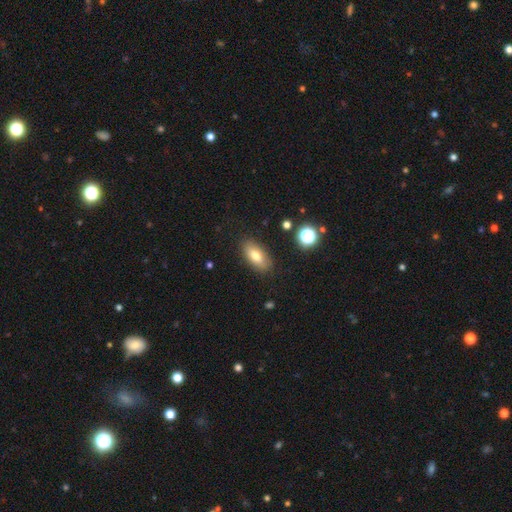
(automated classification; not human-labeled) A smooth galaxy with no disk features (75%) that is in between round and cigar-shaped (86%).

Vote fractions:
- Smooth or featured? smooth: 75% / featured or disk: 16% / star or artifact: 9%
- How rounded? in between: 86% / cigar-shaped: 10% / round: 4%
- Merging? none: 85% / minor disturbance: 10% / major disturbance: 3% / merger: 2%